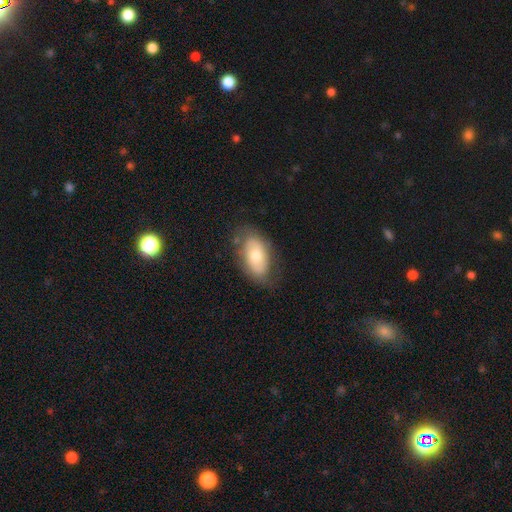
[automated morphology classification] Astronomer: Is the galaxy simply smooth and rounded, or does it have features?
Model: smooth — 57% (runner-up: featured or disk, 35%).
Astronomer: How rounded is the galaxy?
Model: in between — 91%.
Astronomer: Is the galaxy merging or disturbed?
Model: none — 71%.